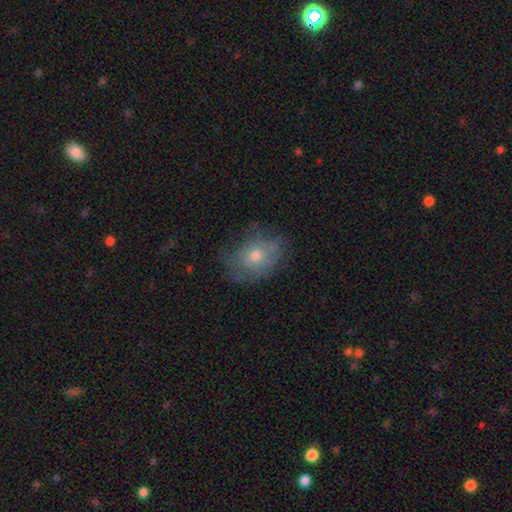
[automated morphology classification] smooth 53%, featured or disk 37%, star or artifact 10%. Down the decision tree: how rounded — in between (60%); merging — none (61%).